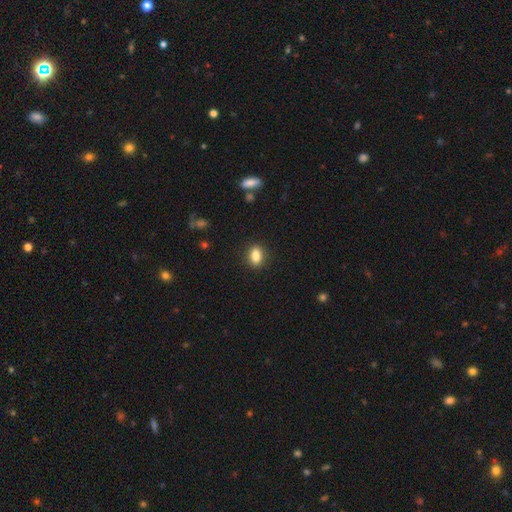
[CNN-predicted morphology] smooth 85%, star or artifact 9%, featured or disk 6%. Down the decision tree: how rounded — in between (79%); merging — none (88%).